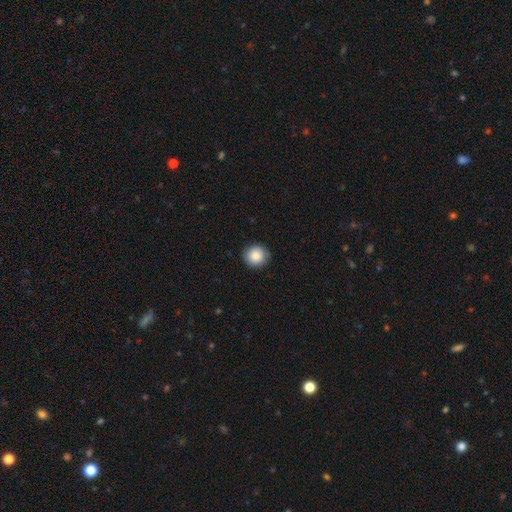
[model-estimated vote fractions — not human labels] Overall: smooth (86%). How rounded: round (91%). Merging: none (89%).